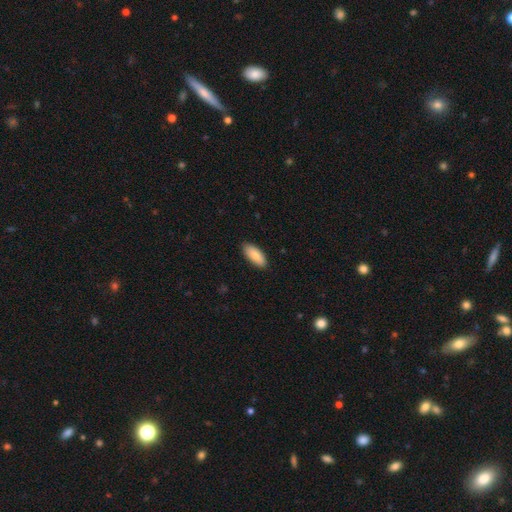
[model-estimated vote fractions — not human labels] A smooth galaxy with no disk features (88%) that is in between round and cigar-shaped (85%). Merging: none (89%).